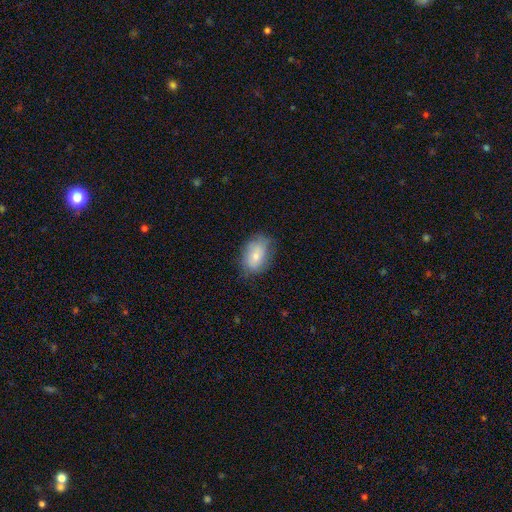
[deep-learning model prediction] Smooth or featured?
  - smooth: 72% *
  - featured or disk: 20%
  - star or artifact: 8%
How rounded?
  - in between: 82% *
  - round: 17%
  - cigar-shaped: 1%
Merging?
  - none: 68% *
  - minor disturbance: 24%
  - major disturbance: 7%
  - merger: 1%